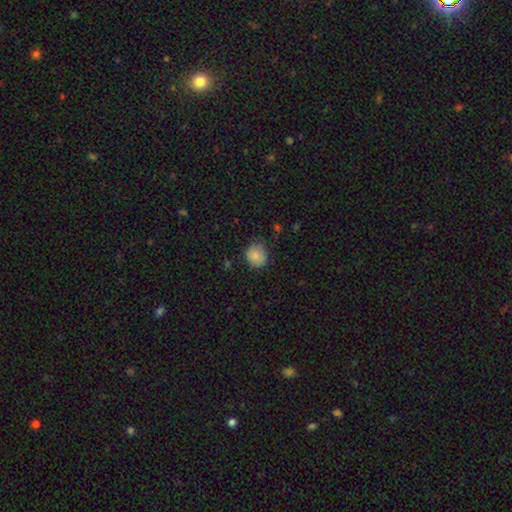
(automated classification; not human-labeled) Morphology: type=smooth (84%); roundness=round (76%); merging=none (73%).